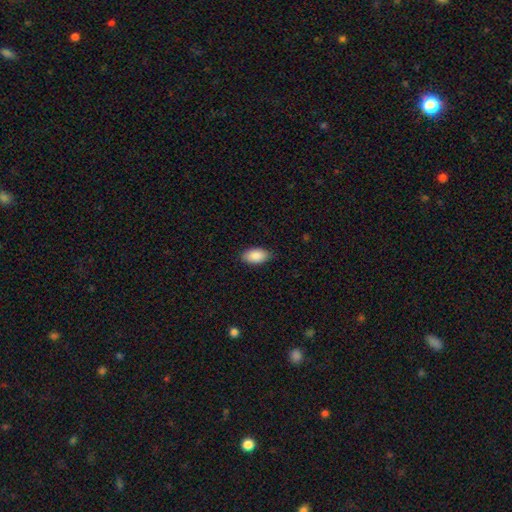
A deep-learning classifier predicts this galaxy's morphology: Smooth or featured: smooth — 89% (star or artifact — 6%)
How rounded: in between — 94% (round — 3%)
Merging: none — 84% (minor disturbance — 13%)